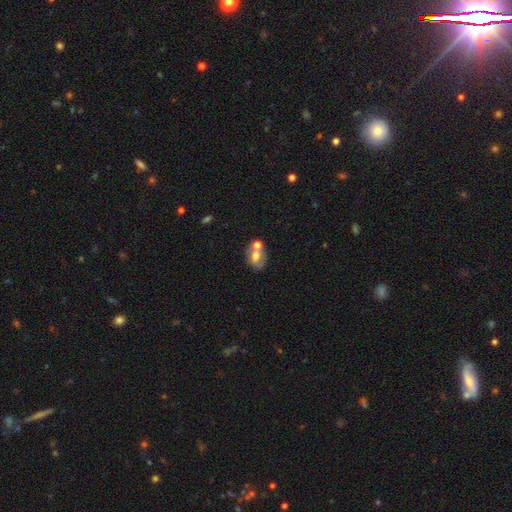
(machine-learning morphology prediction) smooth-or-featured: smooth: 49% | featured or disk: 41% | star or artifact: 10%
  merging: merger: 44% | none: 35% | minor disturbance: 14% | major disturbance: 7%